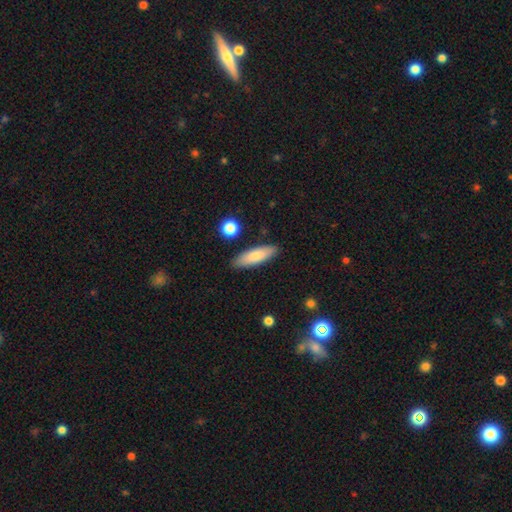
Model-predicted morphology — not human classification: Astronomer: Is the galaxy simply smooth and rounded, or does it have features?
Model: smooth — 80%.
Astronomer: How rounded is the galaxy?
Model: cigar-shaped — 50% (runner-up: in between, 48%).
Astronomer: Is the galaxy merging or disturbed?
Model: none — 87%.